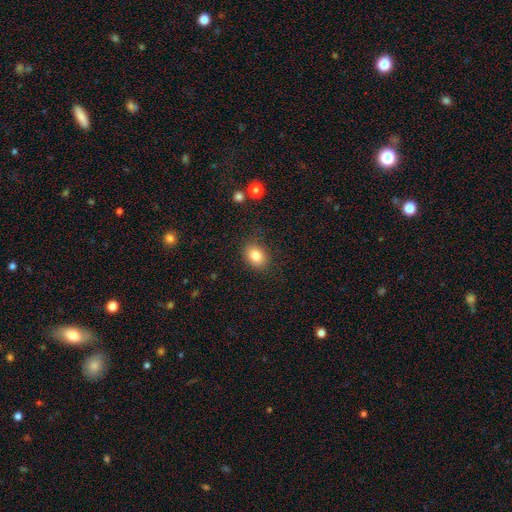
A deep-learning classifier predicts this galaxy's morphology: Q: Smooth or featured?
A: smooth (83%); runner-up: star or artifact (10%)
Q: How rounded?
A: in between (57%); runner-up: round (42%)
Q: Merging?
A: none (84%); runner-up: minor disturbance (11%)